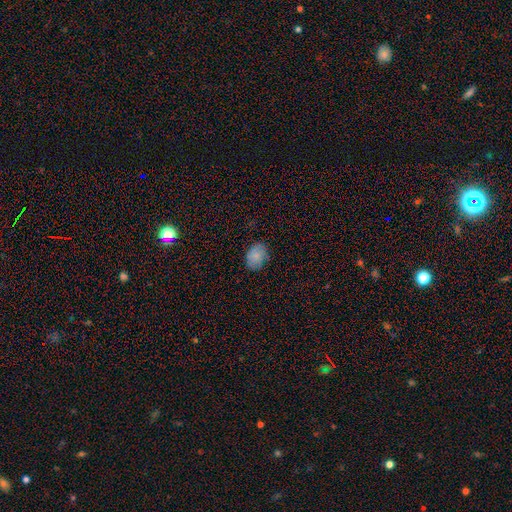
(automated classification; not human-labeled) A smooth galaxy with no disk features (82%) that is in between round and cigar-shaped (76%).

Vote fractions:
- Smooth or featured? smooth: 82% / featured or disk: 10% / star or artifact: 8%
- How rounded? in between: 76% / round: 22% / cigar-shaped: 1%
- Merging? none: 80% / minor disturbance: 16% / major disturbance: 3% / merger: 1%